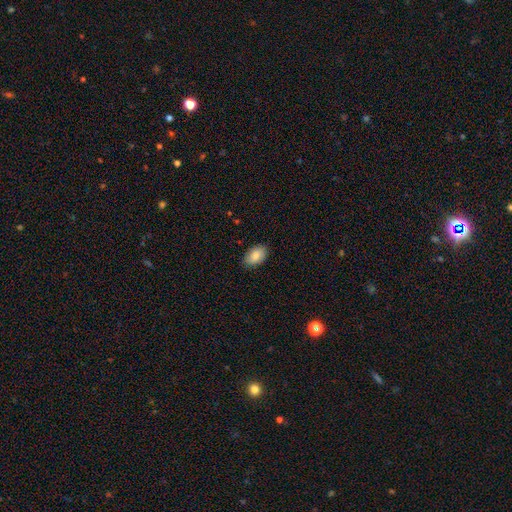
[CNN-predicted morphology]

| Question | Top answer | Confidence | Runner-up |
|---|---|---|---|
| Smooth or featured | smooth | 84% | featured or disk (9%) |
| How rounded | in between | 91% | round (8%) |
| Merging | none | 86% | minor disturbance (11%) |